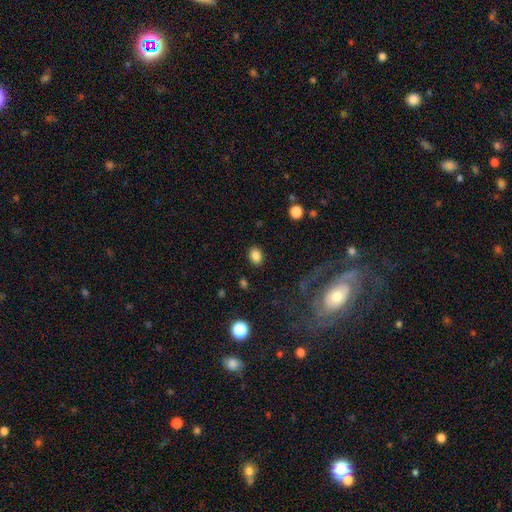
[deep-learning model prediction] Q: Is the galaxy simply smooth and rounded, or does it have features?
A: smooth — 84%.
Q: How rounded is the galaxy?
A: in between — 57%.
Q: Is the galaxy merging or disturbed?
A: none — 88%.